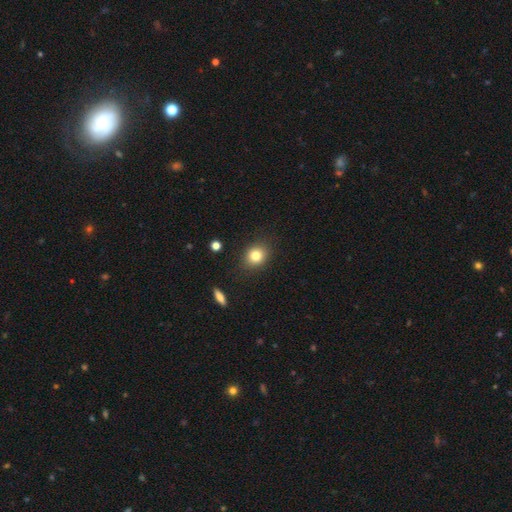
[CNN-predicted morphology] Smooth or featured? smooth (81%)
How rounded? round (62%)
Merging? none (85%)